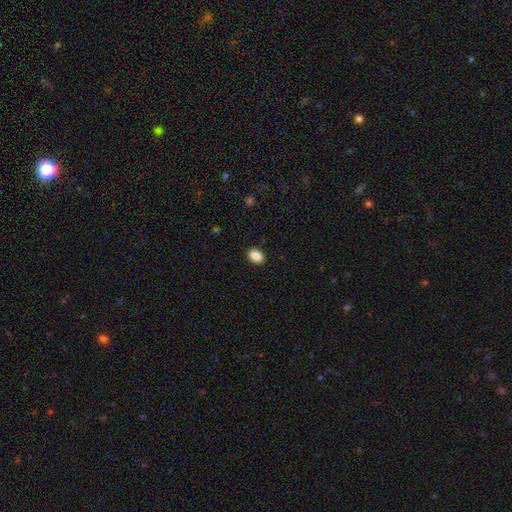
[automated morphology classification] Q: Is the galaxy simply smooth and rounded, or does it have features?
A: smooth — 87%.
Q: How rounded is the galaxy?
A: in between — 82%.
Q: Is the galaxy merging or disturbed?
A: none — 90%.